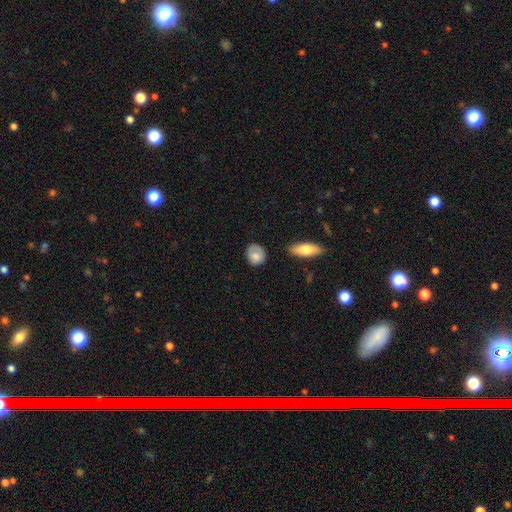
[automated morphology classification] A smooth galaxy with no disk features (79%) that is round (69%).

Vote fractions:
- Smooth or featured? smooth: 79% / featured or disk: 14% / star or artifact: 7%
- How rounded? round: 69% / in between: 29% / cigar-shaped: 2%
- Merging? none: 69% / minor disturbance: 23% / major disturbance: 5% / merger: 3%